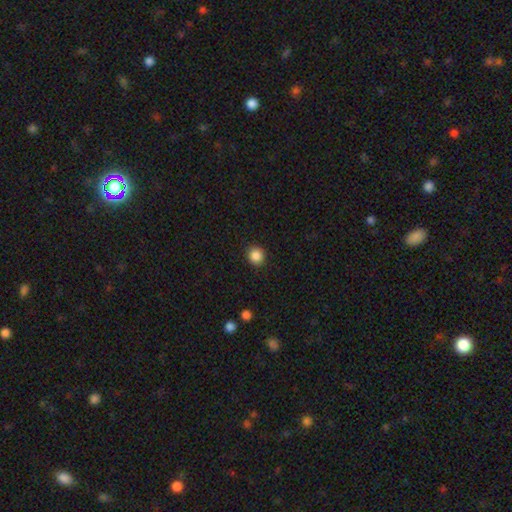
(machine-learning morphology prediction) A smooth galaxy with no disk features (87%) that is round (89%). Merging: none (91%).